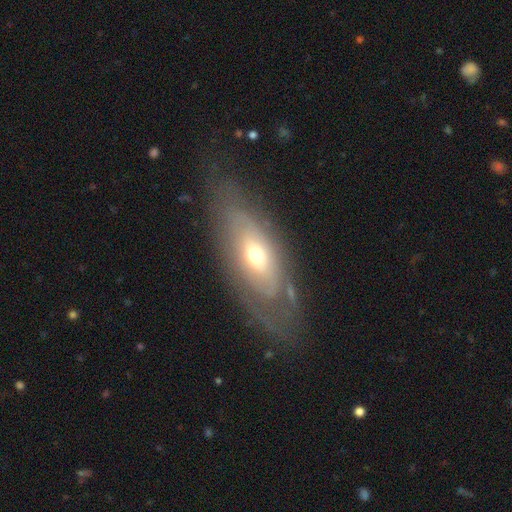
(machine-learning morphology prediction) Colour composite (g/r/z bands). It shows a featured or disk galaxy (64%). Merging: none (68%).